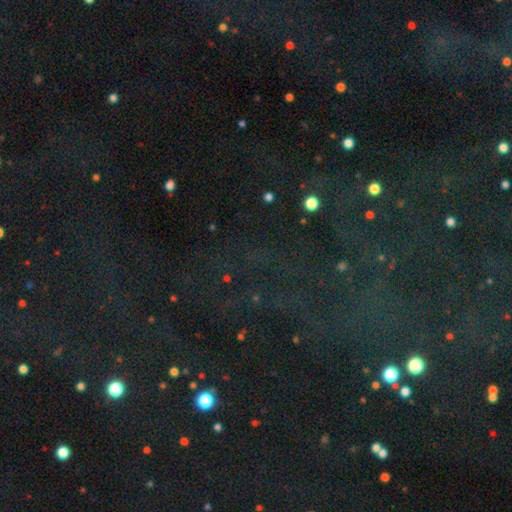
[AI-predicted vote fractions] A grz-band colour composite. It shows a star or artifact, not a galaxy (76%).